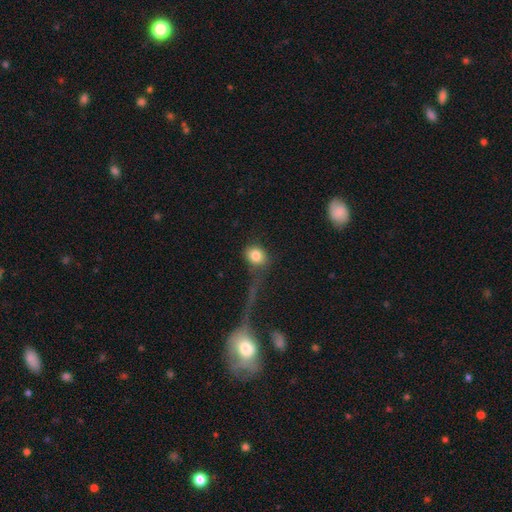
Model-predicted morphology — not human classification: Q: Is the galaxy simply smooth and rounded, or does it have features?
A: smooth — 81%.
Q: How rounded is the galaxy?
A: round — 64%.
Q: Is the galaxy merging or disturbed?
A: none — 61%.